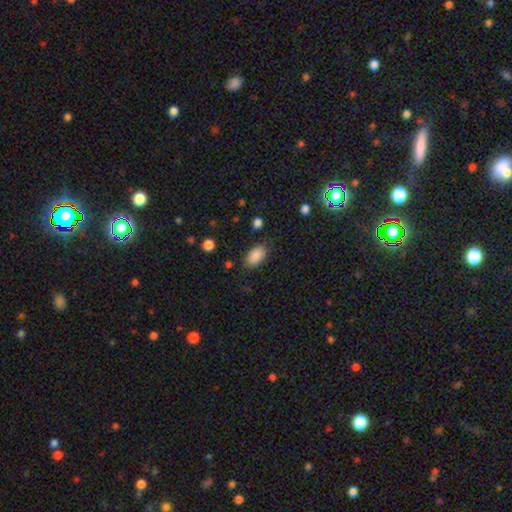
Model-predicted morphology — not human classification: smooth 87%, star or artifact 8%, featured or disk 5%. Down the decision tree: how rounded — in between (92%); merging — none (80%).